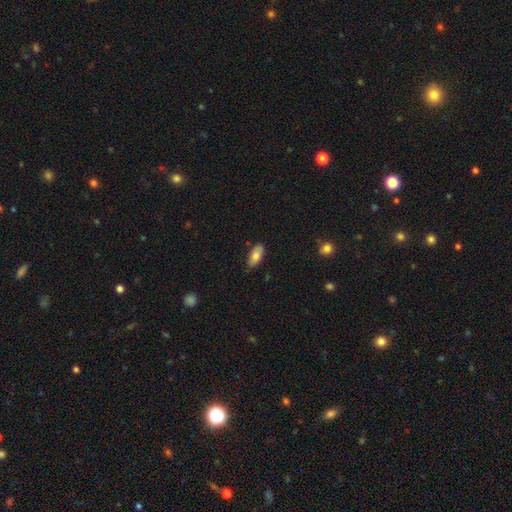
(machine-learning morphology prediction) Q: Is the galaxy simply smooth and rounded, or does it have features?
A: smooth — 78%.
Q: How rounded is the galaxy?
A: in between — 89%.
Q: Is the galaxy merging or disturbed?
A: none — 82%.